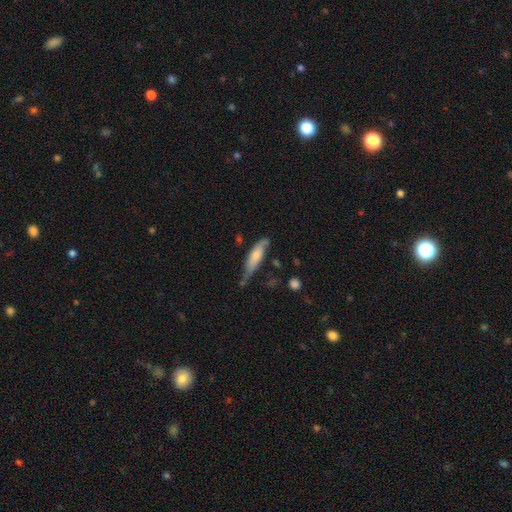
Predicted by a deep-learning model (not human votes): A smooth galaxy with no disk features (64%) that is cigar-shaped (63%).

Vote fractions:
- Smooth or featured? smooth: 64% / featured or disk: 30% / star or artifact: 6%
- How rounded? cigar-shaped: 63% / in between: 35% / round: 2%
- Merging? none: 46% / minor disturbance: 36% / major disturbance: 12% / merger: 6%